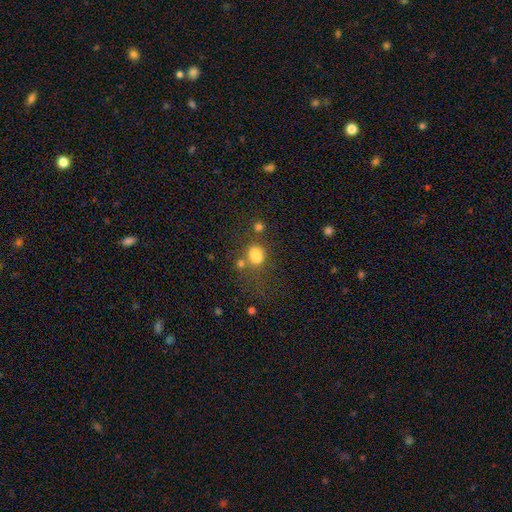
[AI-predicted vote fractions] smooth 78%, star or artifact 14%, featured or disk 8%. Down the decision tree: how rounded — in between (60%); merging — none (51%).